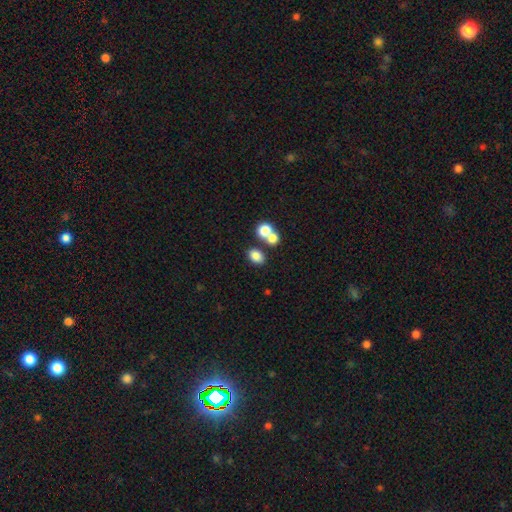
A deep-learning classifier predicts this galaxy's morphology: Smooth or featured? Predicted: smooth (p=0.81). How rounded? Predicted: in between (p=0.71). Merging? Predicted: none (p=0.65).